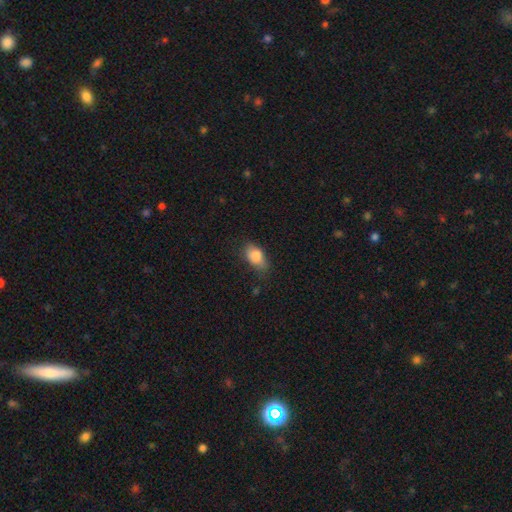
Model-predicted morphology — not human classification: Smooth or featured? smooth (84%)
How rounded? in between (85%)
Merging? none (60%)